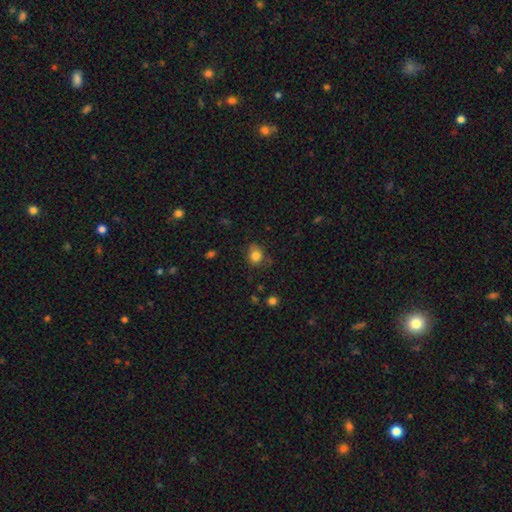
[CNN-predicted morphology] Overall: smooth (82%). How rounded: round (63%; in between 36%). Merging: none (66%).